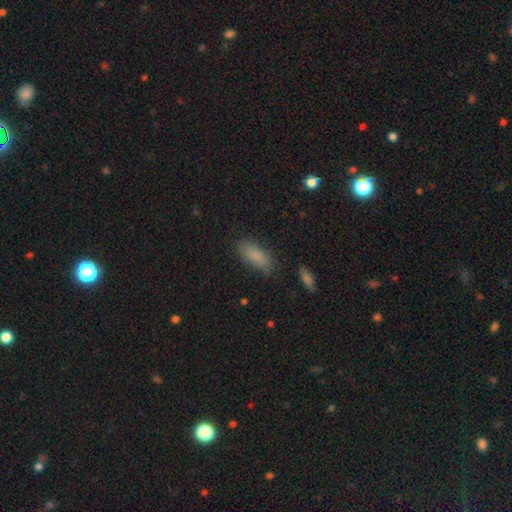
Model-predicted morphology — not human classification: smooth_or_featured: smooth (p=0.85) [alt: star or artifact p=0.09]
how_rounded: in between (p=0.80) [alt: cigar-shaped p=0.18]
merging: none (p=0.83) [alt: minor disturbance p=0.13]